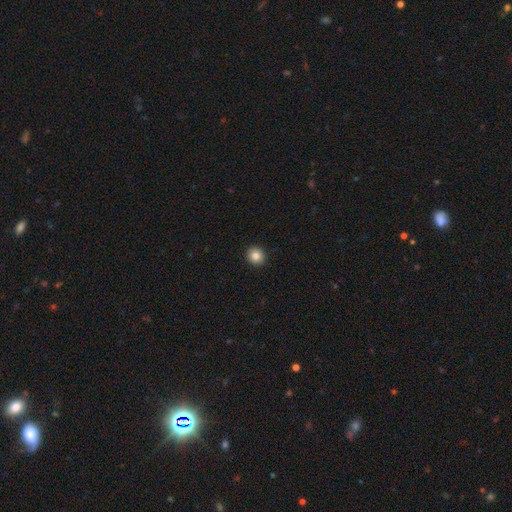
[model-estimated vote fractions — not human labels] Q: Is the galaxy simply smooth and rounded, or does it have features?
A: smooth — 86%.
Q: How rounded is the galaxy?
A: round — 88%.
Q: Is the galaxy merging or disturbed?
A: none — 93%.